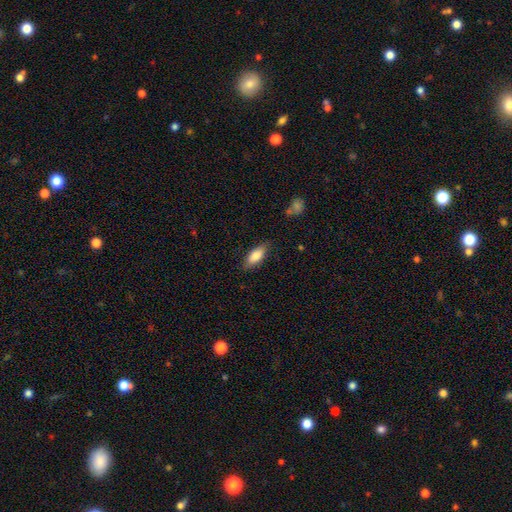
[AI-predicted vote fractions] smooth_or_featured: smooth (p=0.82) [alt: featured or disk p=0.12]
how_rounded: in between (p=0.79) [alt: cigar-shaped p=0.19]
merging: none (p=0.82) [alt: minor disturbance p=0.14]